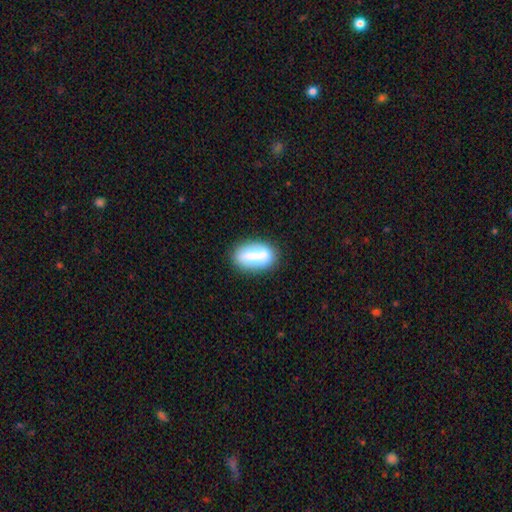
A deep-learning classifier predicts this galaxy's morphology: Smooth or featured: smooth — 71% (featured or disk — 21%)
How rounded: in between — 78% (cigar-shaped — 16%)
Merging: none — 68% (minor disturbance — 17%)